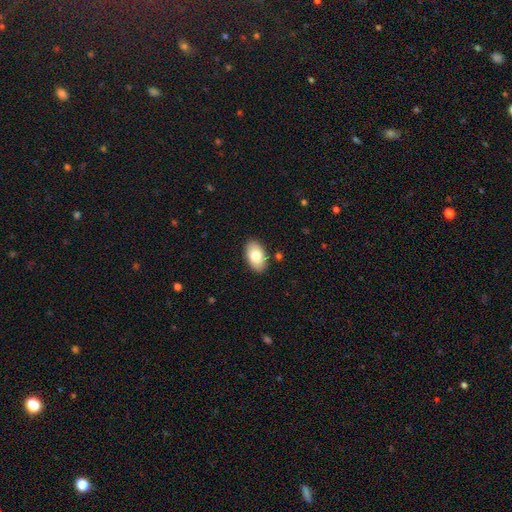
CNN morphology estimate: Overall: smooth (81%). How rounded: in between (94%). Merging: none (87%).